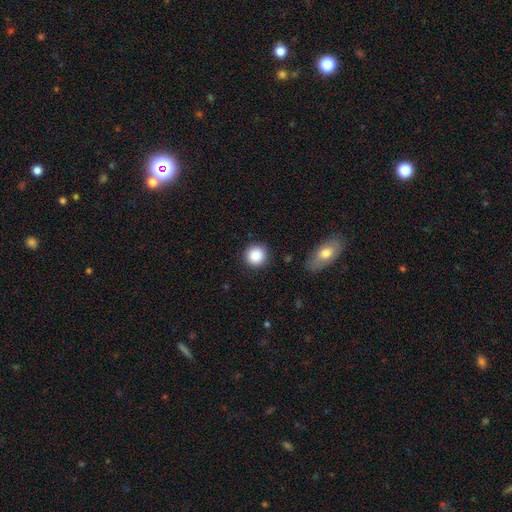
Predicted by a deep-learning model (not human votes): Smooth or featured? Predicted: smooth (p=0.88). How rounded? Predicted: round (p=0.93). Merging? Predicted: none (p=0.88).